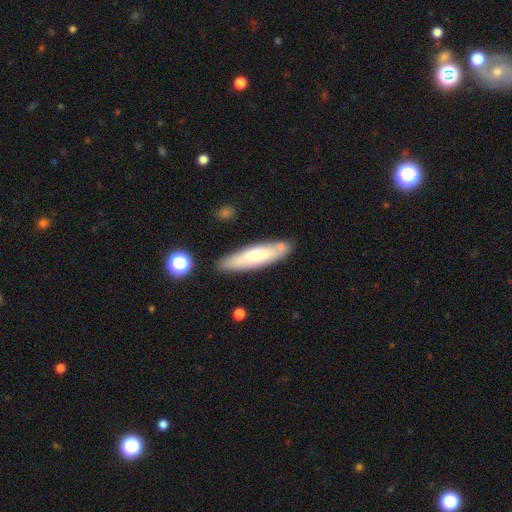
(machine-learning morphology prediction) Q: Smooth or featured?
A: smooth (60%); runner-up: featured or disk (34%)
Q: How rounded?
A: cigar-shaped (72%); runner-up: in between (26%)
Q: Merging?
A: none (79%); runner-up: minor disturbance (12%)